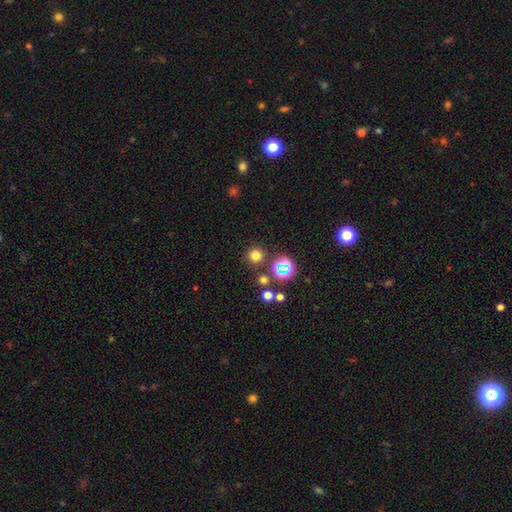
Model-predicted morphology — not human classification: Smooth or featured?
  - smooth: 73% *
  - star or artifact: 21%
  - featured or disk: 6%
How rounded?
  - round: 94% *
  - in between: 5%
  - cigar-shaped: 1%
Merging?
  - none: 86% *
  - minor disturbance: 6%
  - merger: 5%
  - major disturbance: 3%